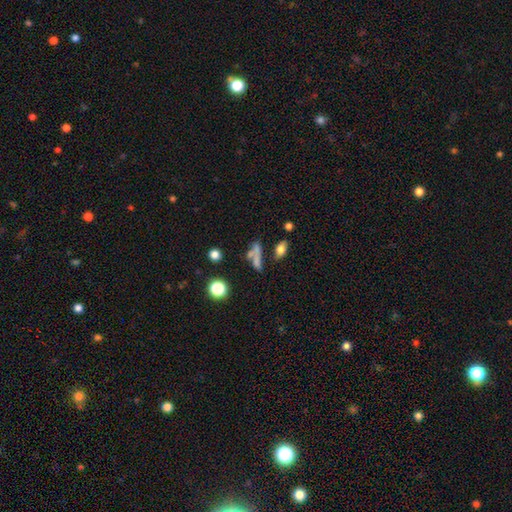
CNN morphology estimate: smooth 61%, featured or disk 22%, star or artifact 17%. Down the decision tree: how rounded — cigar-shaped (46%); merging — none (39%).